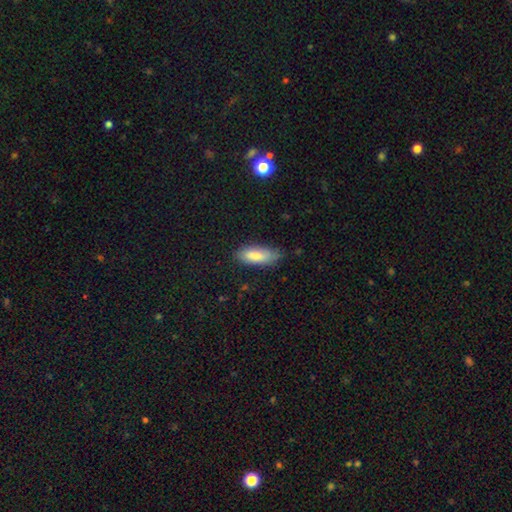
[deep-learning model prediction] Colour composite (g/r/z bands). It shows a smooth galaxy with no disk features (85%) that is in between round and cigar-shaped (71%). Merging: none (72%).